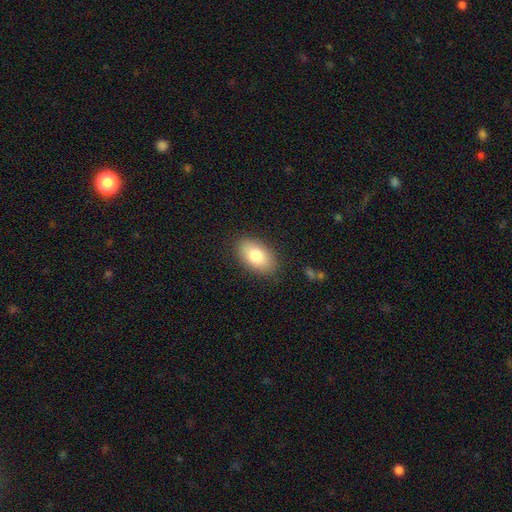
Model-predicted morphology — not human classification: Overall: smooth (81%). How rounded: in between (93%). Merging: none (86%).